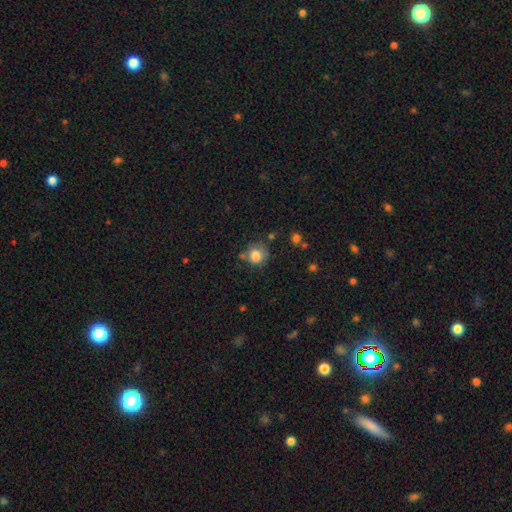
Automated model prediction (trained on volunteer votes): A smooth galaxy with no disk features (78%) that is round (72%). Merging: none (56%).